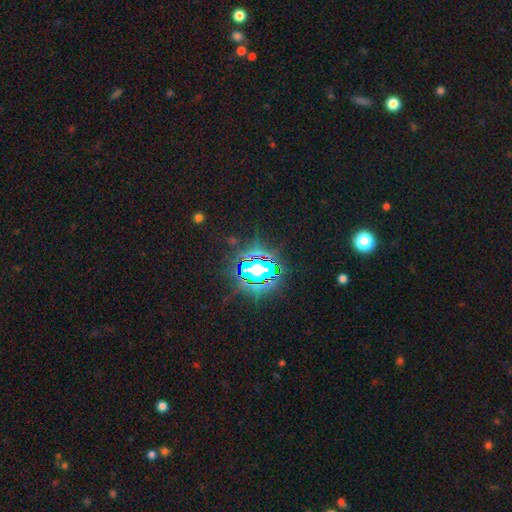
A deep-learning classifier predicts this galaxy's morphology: A star or artifact, not a galaxy (85%).